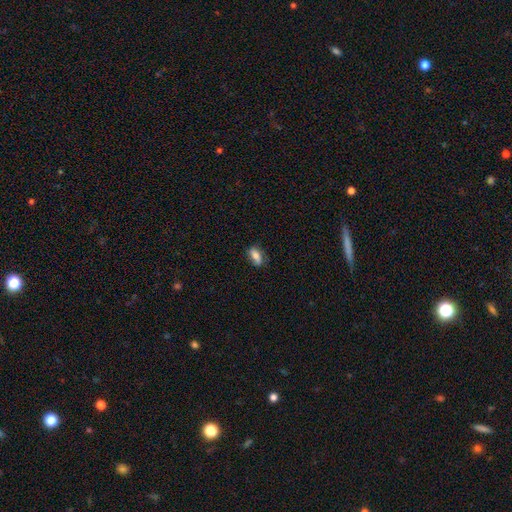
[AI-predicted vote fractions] Smooth or featured: smooth — 72% (featured or disk — 20%)
How rounded: in between — 78% (cigar-shaped — 16%)
Merging: none — 71% (minor disturbance — 22%)